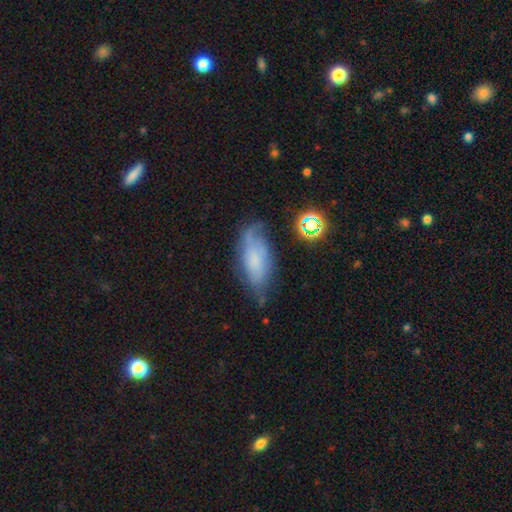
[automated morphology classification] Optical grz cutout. It shows a smooth galaxy with no disk features (48%). Merging: none (56%).